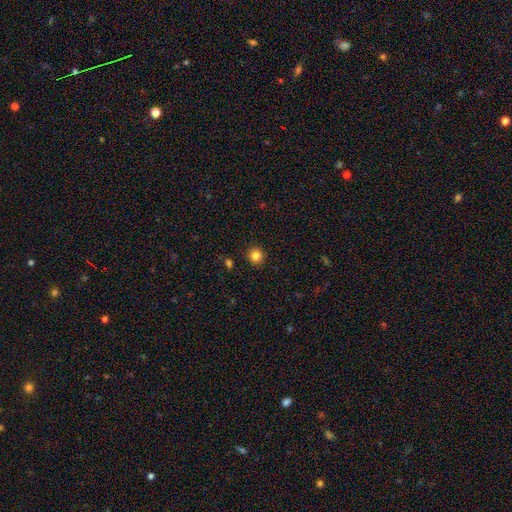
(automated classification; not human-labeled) Smooth or featured: smooth — 83% (star or artifact — 12%)
How rounded: round — 94% (in between — 5%)
Merging: none — 92% (minor disturbance — 5%)